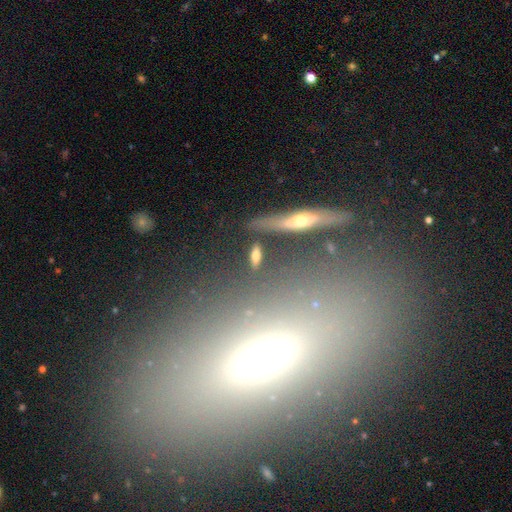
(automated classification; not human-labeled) Morphology: type=smooth (66%); roundness=in between (59%); merging=none (82%).